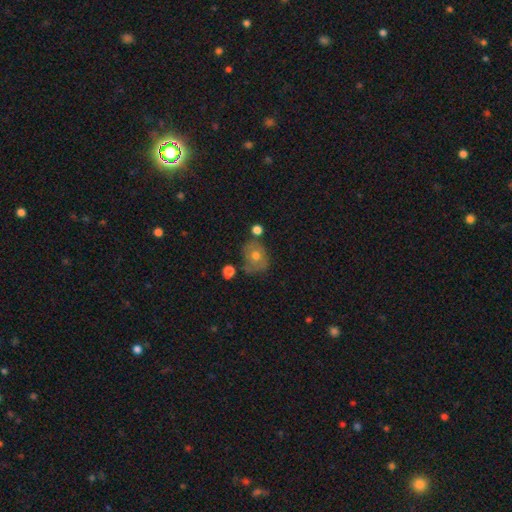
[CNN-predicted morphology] smooth-or-featured: smooth: 54% | featured or disk: 35% | star or artifact: 11%
  how-rounded: round: 57% | in between: 42% | cigar-shaped: 1%
  merging: none: 62% | minor disturbance: 21% | merger: 9% | major disturbance: 7%